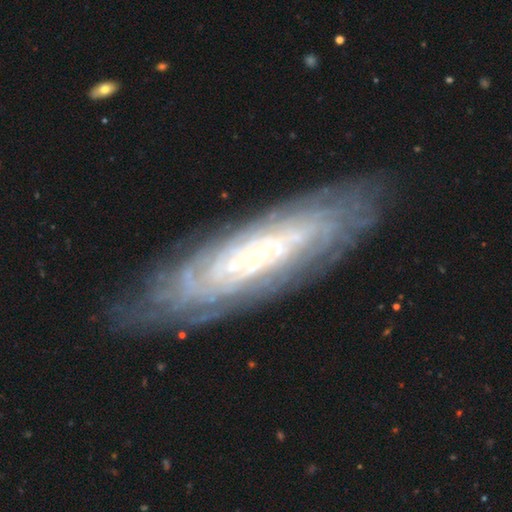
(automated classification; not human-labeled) The model was most divided on "spiral arm count": can't tell: 54%, more than 4: 18%, 4: 9%, 2: 7%, 3: 7%, 1: 5%. More confident: spiral arms — yes (93%); spiral winding — tight (85%); smooth or featured — featured or disk (83%); edge-on disk — no (80%); merging — none (79%); bulge size — small (79%); bar — no (71%).